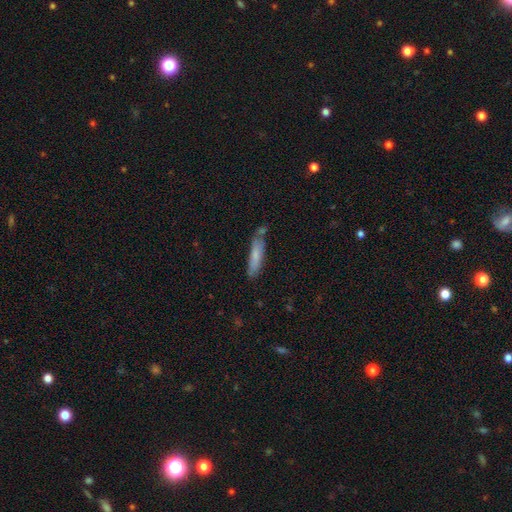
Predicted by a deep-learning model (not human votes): Smooth or featured: smooth — 72% (featured or disk — 21%)
How rounded: cigar-shaped — 78% (in between — 20%)
Merging: none — 68% (minor disturbance — 19%)